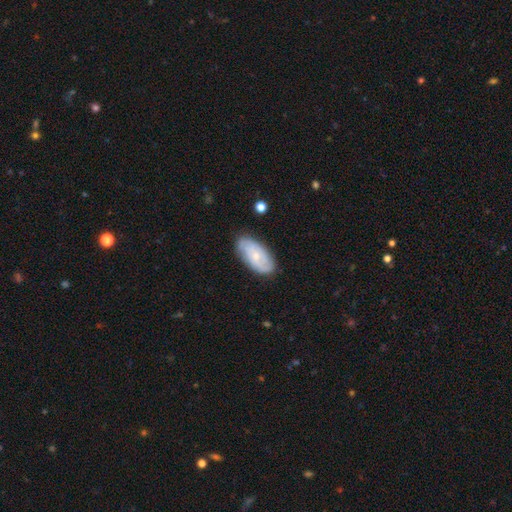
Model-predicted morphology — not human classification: A featured or disk galaxy (54%) with no bar (74%), spiral arms (81%) and a small central bulge (67%).

Vote fractions:
- Smooth or featured? featured or disk: 54% / smooth: 40% / star or artifact: 6%
- Edge-on disk? no: 93% / yes: 7%
- Bar? no: 74% / weak: 22% / strong: 4%
- Spiral arms? yes: 81% / no: 19%
- Bulge size? small: 67% / moderate: 27% / none: 3% / large: 1% / dominant: 1%
- Merging? none: 78% / minor disturbance: 17% / major disturbance: 3% / merger: 1%